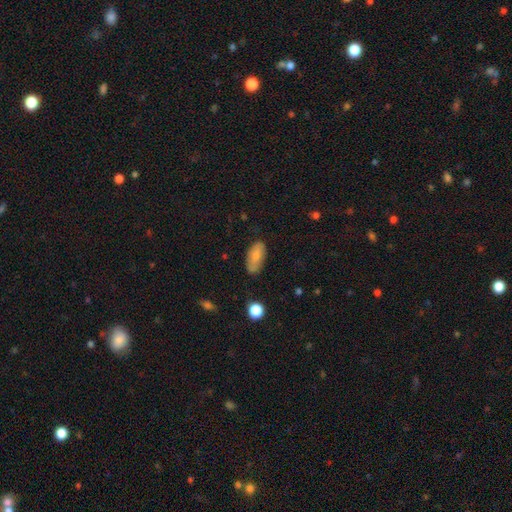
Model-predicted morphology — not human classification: Smooth or featured: smooth — 73% (featured or disk — 20%)
How rounded: in between — 90% (cigar-shaped — 7%)
Merging: none — 72% (minor disturbance — 22%)